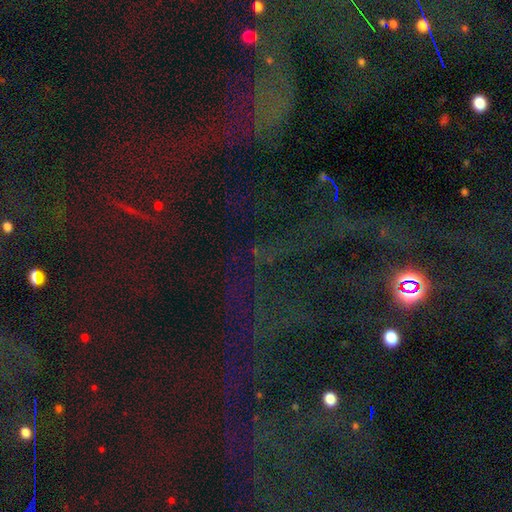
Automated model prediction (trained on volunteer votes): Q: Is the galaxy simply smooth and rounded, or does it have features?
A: star or artifact — 78%.